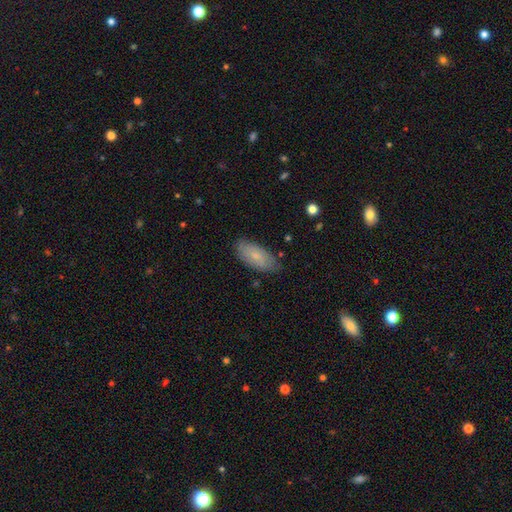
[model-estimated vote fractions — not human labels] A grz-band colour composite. It shows a smooth galaxy with no disk features (66%) that is in between round and cigar-shaped (89%). Merging: none (79%).